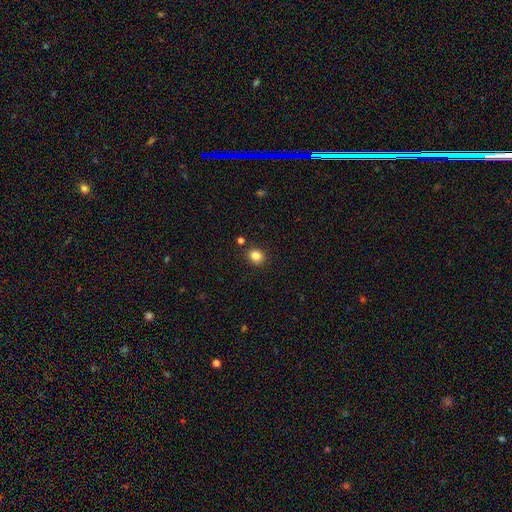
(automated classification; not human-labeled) Smooth or featured? smooth (84%)
How rounded? round (69%)
Merging? none (87%)